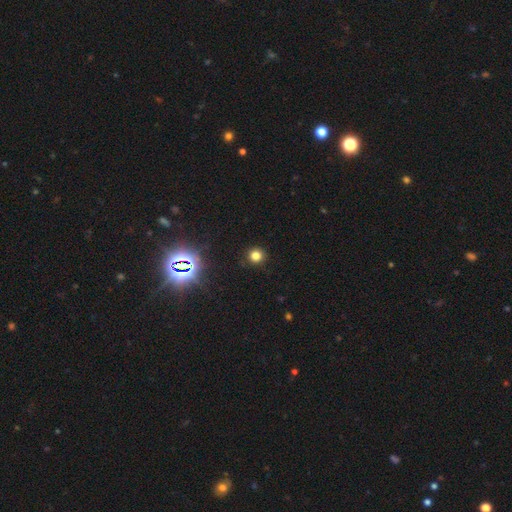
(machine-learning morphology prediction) This appears to be a smooth galaxy with no disk features (77%) that is round (93%). Merging: none (91%).